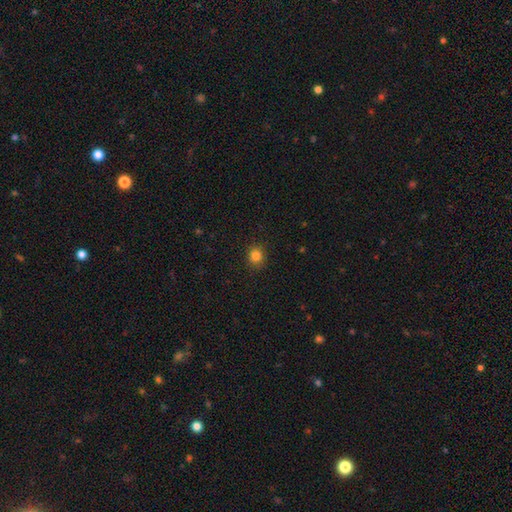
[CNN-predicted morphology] A smooth galaxy with no disk features (84%) that is round (83%).

Vote fractions:
- Smooth or featured? smooth: 84% / star or artifact: 12% / featured or disk: 4%
- How rounded? round: 83% / in between: 16% / cigar-shaped: 1%
- Merging? none: 88% / minor disturbance: 9% / major disturbance: 3% / merger: 1%